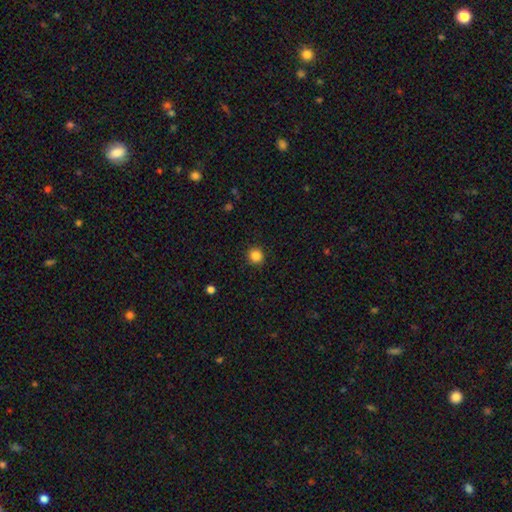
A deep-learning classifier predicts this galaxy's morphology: Smooth or featured? Predicted: smooth (p=0.86). How rounded? Predicted: round (p=0.91). Merging? Predicted: none (p=0.91).